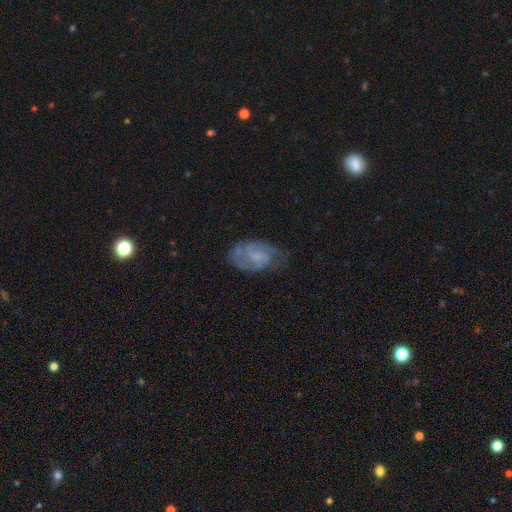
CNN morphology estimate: smooth_or_featured: featured or disk (p=0.70) [alt: smooth p=0.23]
disk_edge_on: no (p=0.97) [alt: yes p=0.03]
bar: weak (p=0.47) [alt: no p=0.45]
has_spiral_arms: yes (p=0.90) [alt: no p=0.10]
spiral_winding: medium (p=0.48) [alt: tight p=0.34]
spiral_arm_count: 2 (p=0.69) [alt: can't tell p=0.17]
bulge_size: small (p=0.45) [alt: none p=0.33]
merging: none (p=0.63) [alt: minor disturbance p=0.24]